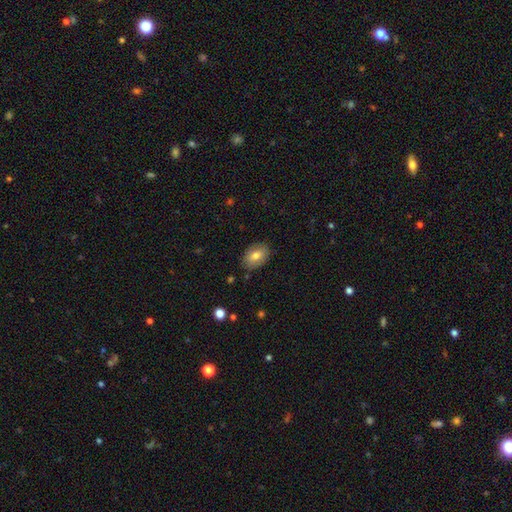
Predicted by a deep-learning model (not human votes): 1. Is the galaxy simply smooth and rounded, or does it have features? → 73% smooth, 19% featured or disk, 8% star or artifact.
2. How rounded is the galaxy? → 84% in between, 15% round, 1% cigar-shaped.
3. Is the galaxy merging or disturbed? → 83% none, 13% minor disturbance, 3% major disturbance, 1% merger.